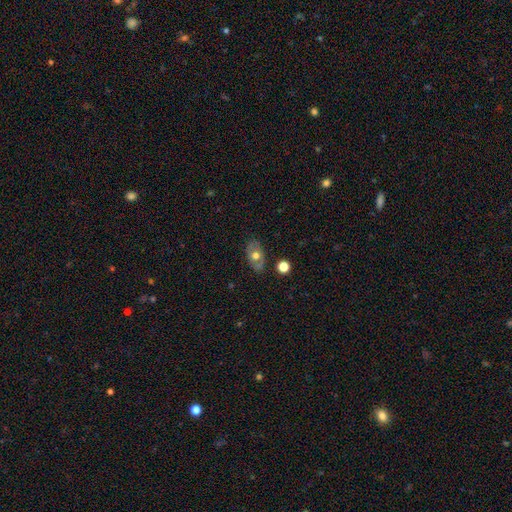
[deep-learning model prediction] Smooth or featured: smooth — 53% (featured or disk — 39%)
How rounded: in between — 84% (round — 13%)
Merging: none — 80% (minor disturbance — 14%)